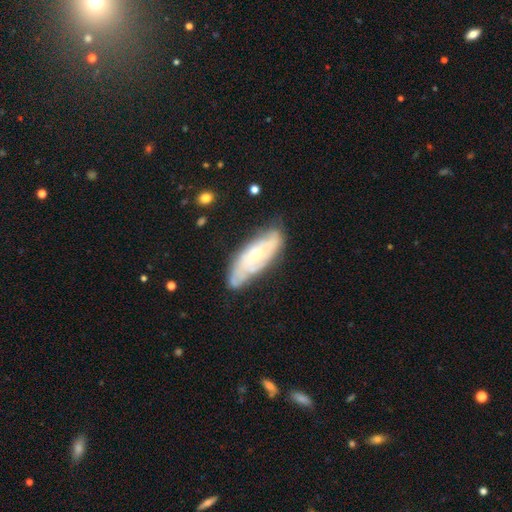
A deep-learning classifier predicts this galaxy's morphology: Smooth or featured? featured or disk (68%)
Edge-on disk? no (84%)
Bar? no (76%)
Spiral arms? yes (81%)
Bulge size? small (60%)
Merging? none (70%)